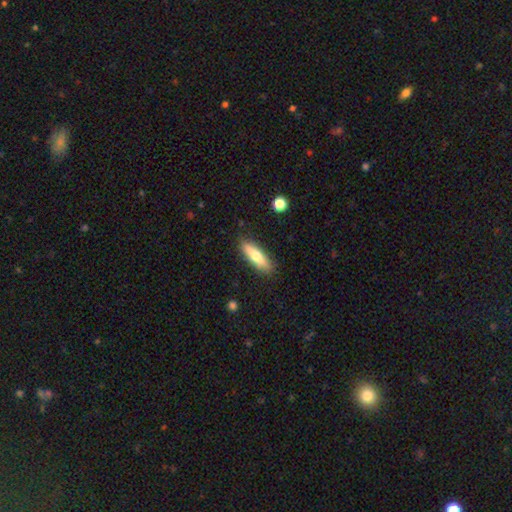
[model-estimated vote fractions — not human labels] The model was most divided on "how rounded": cigar-shaped: 59%, in between: 39%, round: 2%. More confident: merging — none (86%); smooth or featured — smooth (67%).